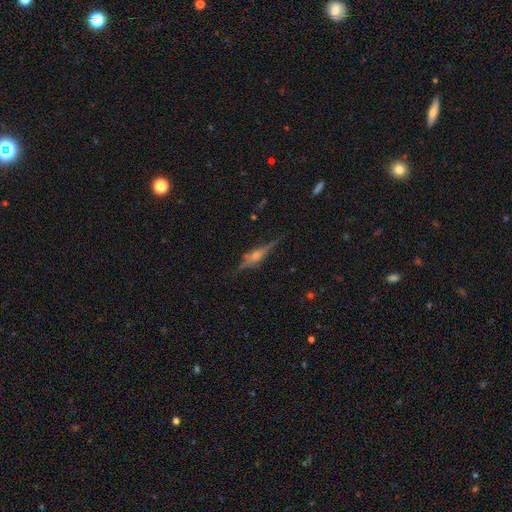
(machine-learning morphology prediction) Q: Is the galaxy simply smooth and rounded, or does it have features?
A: featured or disk — 73%.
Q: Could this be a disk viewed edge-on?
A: yes — 96%.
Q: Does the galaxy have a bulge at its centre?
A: rounded — 79%.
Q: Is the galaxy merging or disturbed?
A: none — 80%.